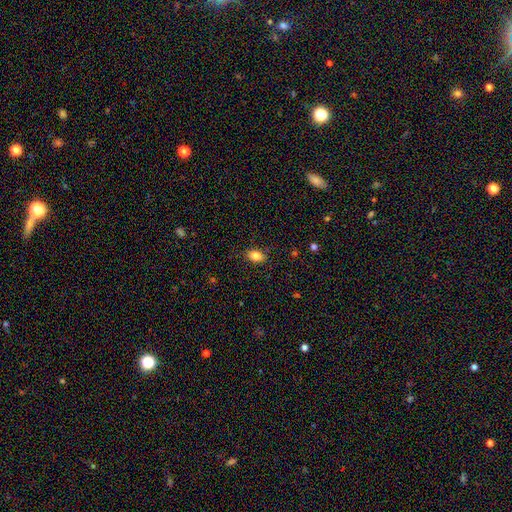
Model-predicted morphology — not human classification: Smooth or featured?
  - smooth: 85% *
  - star or artifact: 9%
  - featured or disk: 6%
How rounded?
  - in between: 85% *
  - round: 14%
  - cigar-shaped: 2%
Merging?
  - none: 85% *
  - minor disturbance: 11%
  - major disturbance: 3%
  - merger: 1%